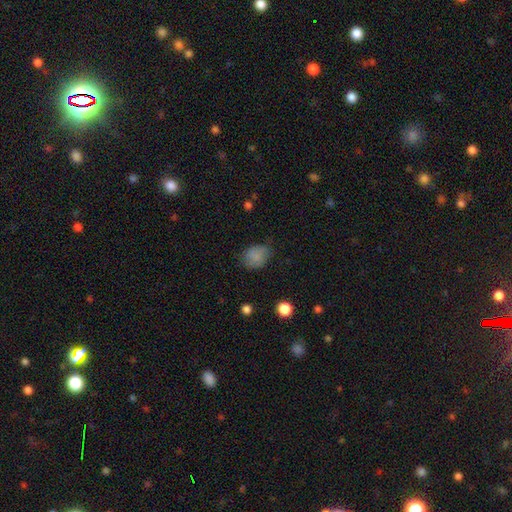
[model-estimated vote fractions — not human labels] A smooth galaxy with no disk features (82%) that is in between round and cigar-shaped (60%).

Vote fractions:
- Smooth or featured? smooth: 82% / star or artifact: 10% / featured or disk: 8%
- How rounded? in between: 60% / round: 39% / cigar-shaped: 1%
- Merging? none: 65% / minor disturbance: 27% / major disturbance: 7% / merger: 2%